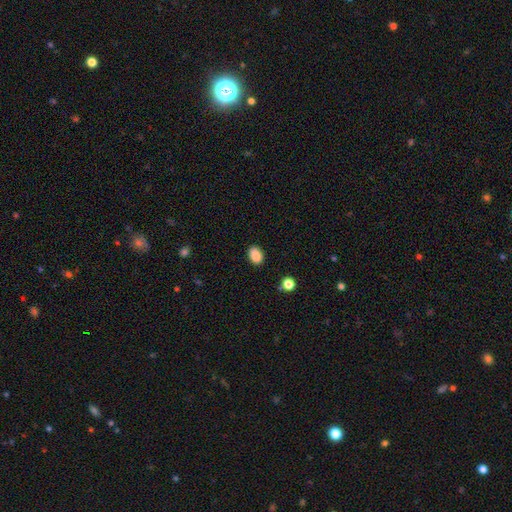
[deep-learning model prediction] Smooth or featured: smooth — 88% (star or artifact — 9%)
How rounded: in between — 80% (round — 19%)
Merging: none — 86% (minor disturbance — 10%)